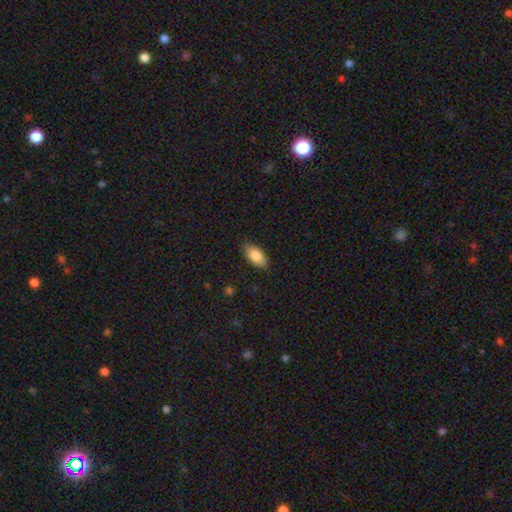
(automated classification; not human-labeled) This appears to be a smooth galaxy with no disk features (84%) that is in between round and cigar-shaped (92%). Merging: none (84%).